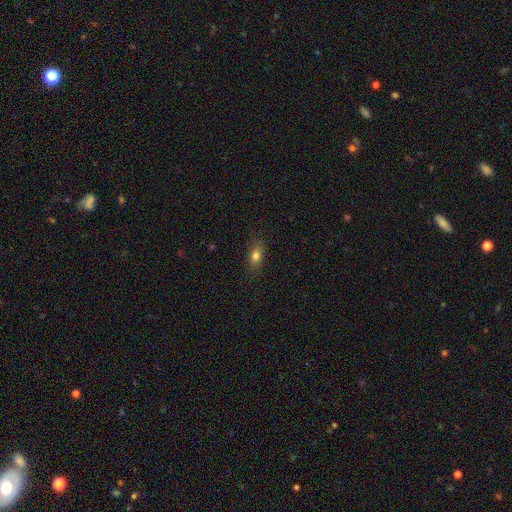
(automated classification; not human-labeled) Q: Smooth or featured?
A: smooth (79%); runner-up: featured or disk (11%)
Q: How rounded?
A: in between (77%); runner-up: round (13%)
Q: Merging?
A: none (84%); runner-up: minor disturbance (12%)